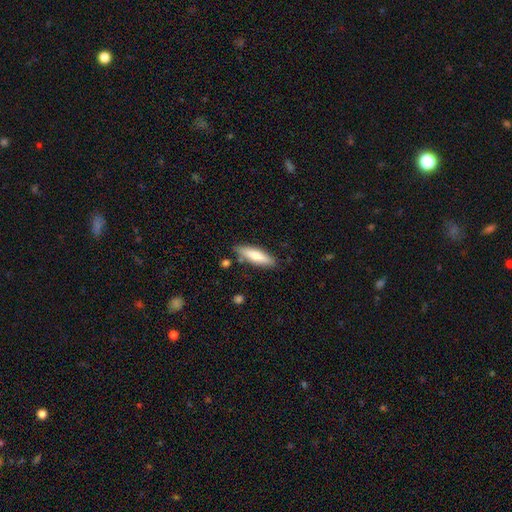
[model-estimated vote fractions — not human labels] Smooth or featured? Predicted: smooth (p=0.73). How rounded? Predicted: cigar-shaped (p=0.65). Merging? Predicted: none (p=0.82).